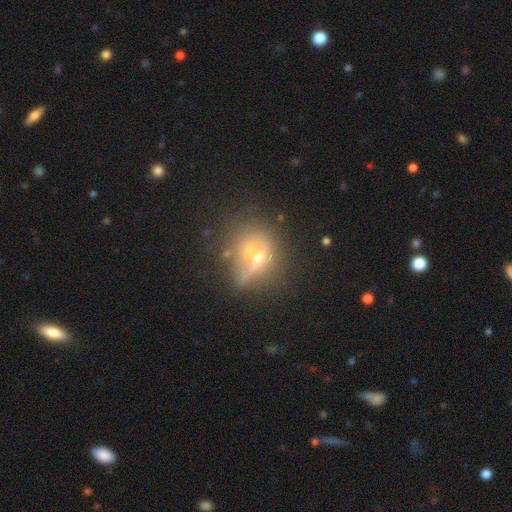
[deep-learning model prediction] smooth_or_featured: featured or disk (p=0.49) [alt: smooth p=0.34]
merging: none (p=0.44) [alt: major disturbance p=0.23]